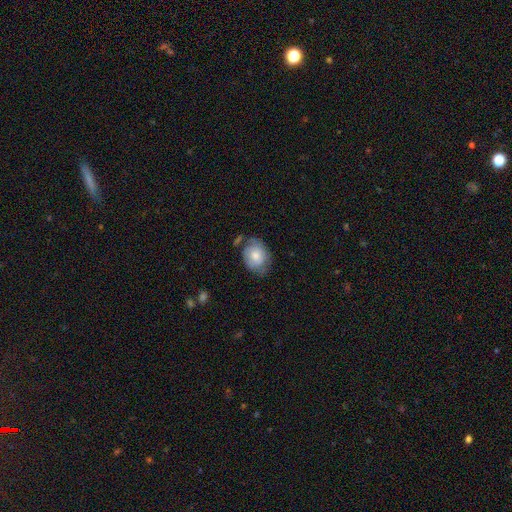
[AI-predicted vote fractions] Smooth or featured: smooth — 69% (featured or disk — 24%)
How rounded: in between — 63% (round — 36%)
Merging: none — 57% (minor disturbance — 29%)